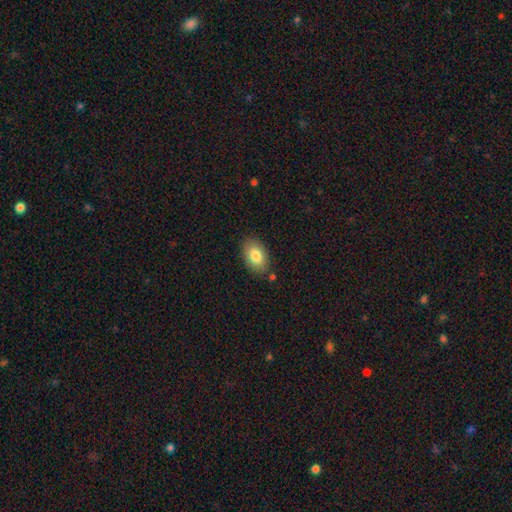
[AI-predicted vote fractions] A smooth galaxy with no disk features (82%) that is in between round and cigar-shaped (91%).

Vote fractions:
- Smooth or featured? smooth: 82% / featured or disk: 12% / star or artifact: 7%
- How rounded? in between: 91% / round: 7% / cigar-shaped: 1%
- Merging? none: 83% / minor disturbance: 12% / major disturbance: 3% / merger: 3%